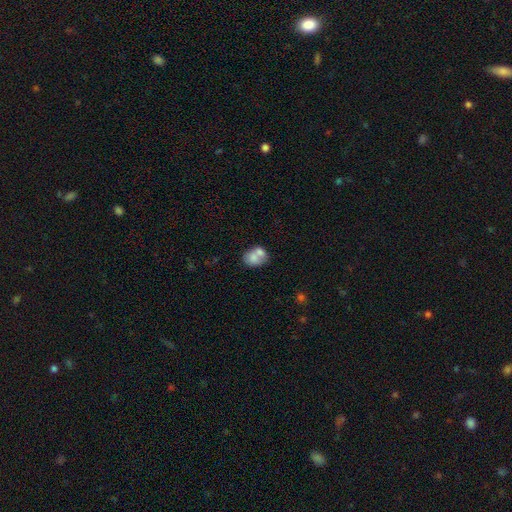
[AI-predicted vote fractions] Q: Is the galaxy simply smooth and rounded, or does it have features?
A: smooth — 70%.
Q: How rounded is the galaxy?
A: in between — 54%.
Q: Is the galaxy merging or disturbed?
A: merger — 57%.